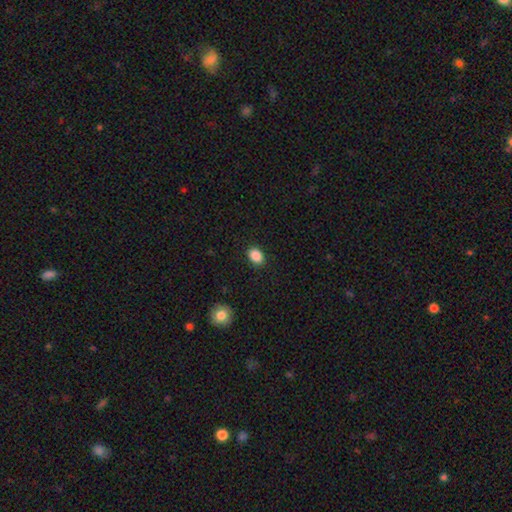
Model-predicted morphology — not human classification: smooth-or-featured: smooth: 88% | star or artifact: 9% | featured or disk: 3%
  how-rounded: in between: 70% | round: 29% | cigar-shaped: 1%
  merging: none: 88% | minor disturbance: 8% | major disturbance: 2% | merger: 1%